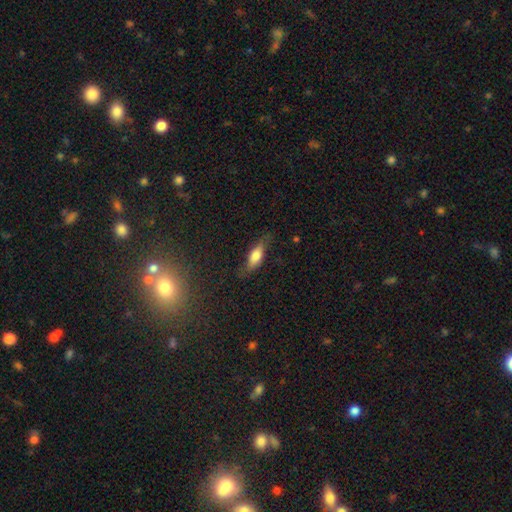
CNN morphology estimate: A smooth galaxy with no disk features (66%) that is in between round and cigar-shaped (59%). Merging: none (71%).